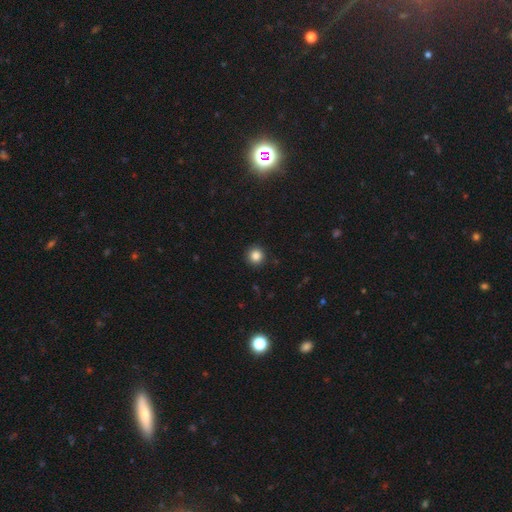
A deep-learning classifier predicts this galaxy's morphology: Smooth or featured? Predicted: smooth (p=0.85). How rounded? Predicted: round (p=0.95). Merging? Predicted: none (p=0.91).